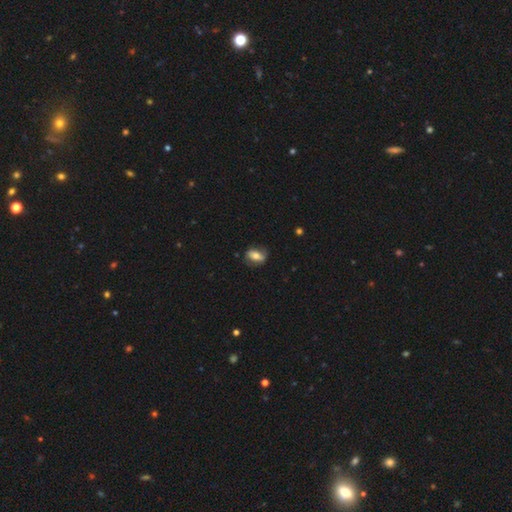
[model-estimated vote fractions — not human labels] A smooth galaxy with no disk features (56%) that is in between round and cigar-shaped (78%).

Vote fractions:
- Smooth or featured? smooth: 56% / featured or disk: 37% / star or artifact: 8%
- How rounded? in between: 78% / round: 15% / cigar-shaped: 7%
- Merging? none: 73% / minor disturbance: 20% / major disturbance: 6% / merger: 1%